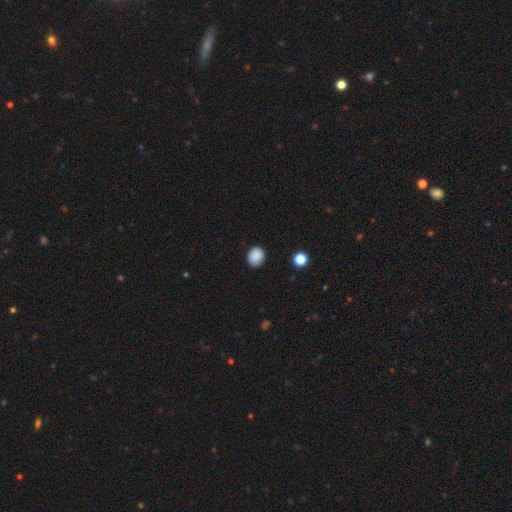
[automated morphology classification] type=smooth (88%); roundness=round (66%); merging=none (86%).